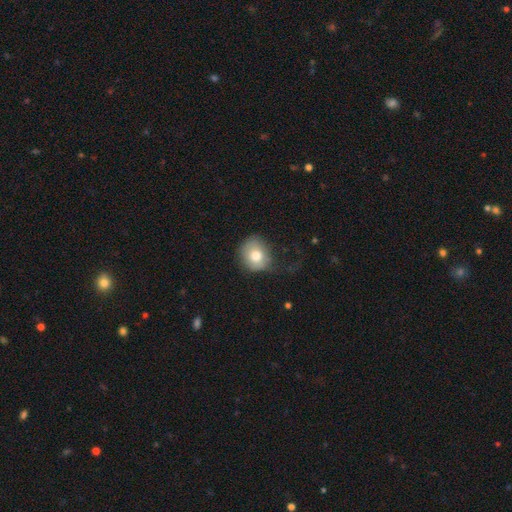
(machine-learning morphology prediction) smooth-or-featured: smooth: 76% | featured or disk: 15% | star or artifact: 9%
  how-rounded: round: 75% | in between: 24% | cigar-shaped: 1%
  merging: none: 51% | minor disturbance: 29% | major disturbance: 18% | merger: 2%